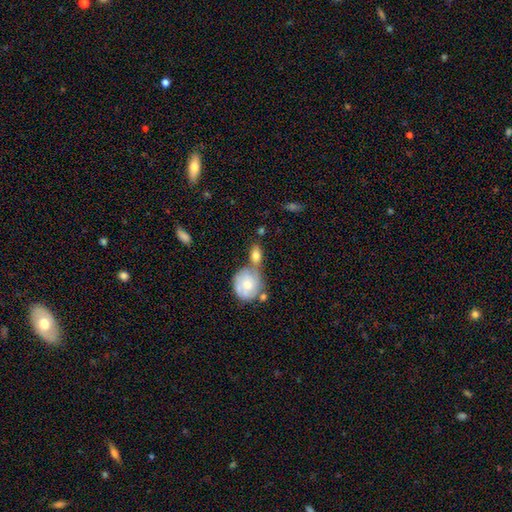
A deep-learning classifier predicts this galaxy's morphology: Smooth or featured? smooth (71%)
How rounded? in between (71%)
Merging? merger (42%)